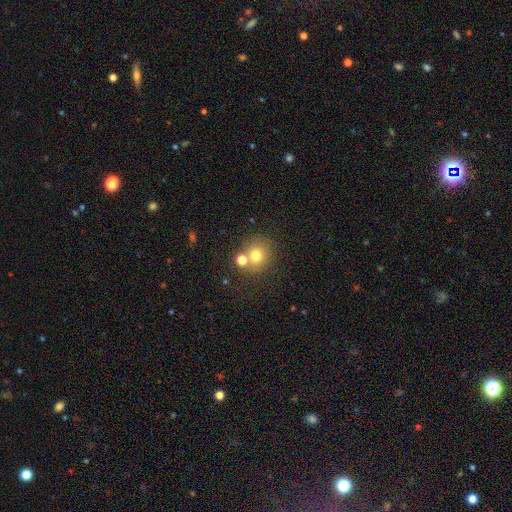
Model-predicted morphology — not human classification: A smooth galaxy with no disk features (73%) that is round (84%). Merging: none (62%).